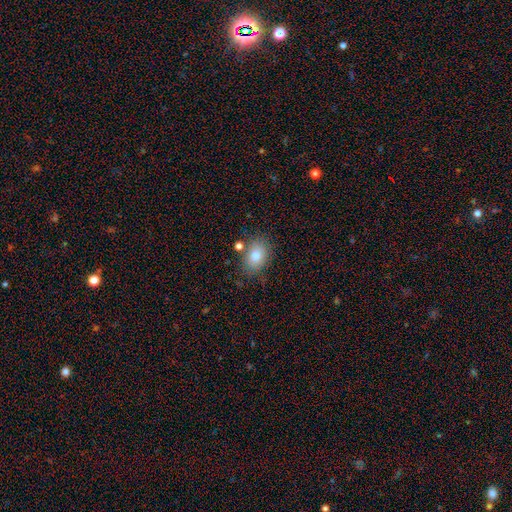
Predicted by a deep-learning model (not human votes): smooth 78%, featured or disk 13%, star or artifact 9%. Down the decision tree: how rounded — in between (71%); merging — none (74%).